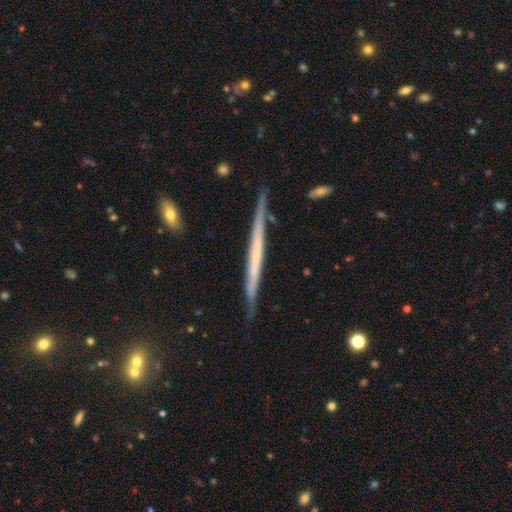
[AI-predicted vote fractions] This is likely a featured or disk galaxy (64%). It is clearly viewed edge-on (95%). Edge-on bulge: clearly none (86%). Merging: clearly none (82%).